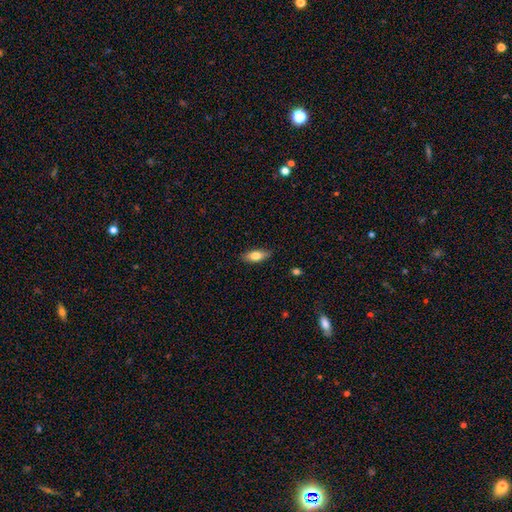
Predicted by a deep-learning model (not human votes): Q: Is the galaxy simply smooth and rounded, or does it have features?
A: smooth — 77%.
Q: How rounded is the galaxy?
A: in between — 75%.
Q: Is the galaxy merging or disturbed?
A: none — 84%.